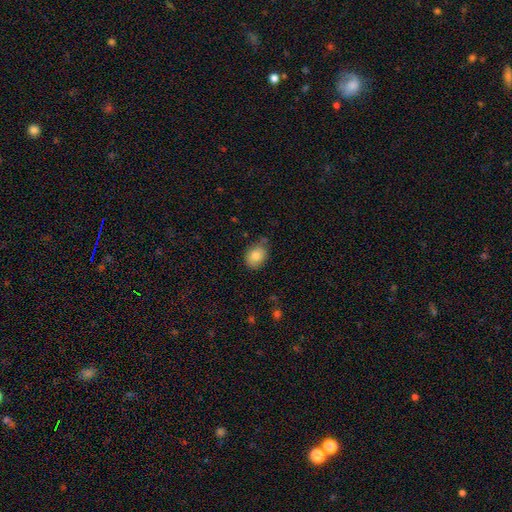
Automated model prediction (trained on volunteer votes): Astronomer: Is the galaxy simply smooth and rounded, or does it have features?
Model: smooth — 81%.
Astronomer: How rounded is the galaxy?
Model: in between — 57% (runner-up: round, 42%).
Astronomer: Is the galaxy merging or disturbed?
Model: none — 73%.